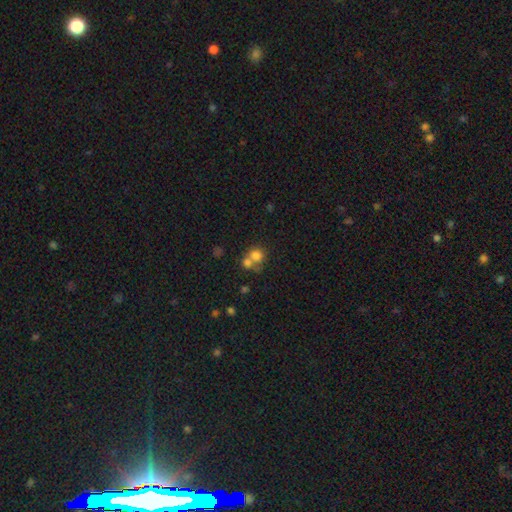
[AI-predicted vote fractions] Smooth or featured?
  - smooth: 74% *
  - featured or disk: 13%
  - star or artifact: 12%
How rounded?
  - round: 82% *
  - in between: 17%
  - cigar-shaped: 1%
Merging?
  - merger: 53% *
  - none: 36%
  - minor disturbance: 7%
  - major disturbance: 4%